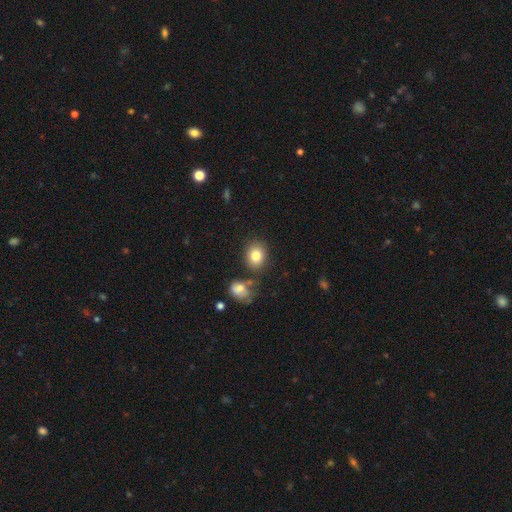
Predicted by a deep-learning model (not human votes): This is clearly a smooth galaxy (82%). How rounded: possibly round (58%). Merging: likely none (76%).